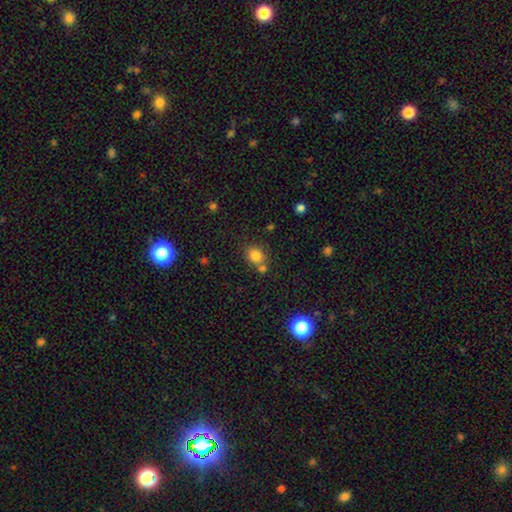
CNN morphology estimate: Smooth or featured: smooth — 81% (star or artifact — 13%)
How rounded: round — 74% (in between — 25%)
Merging: none — 61% (merger — 24%)